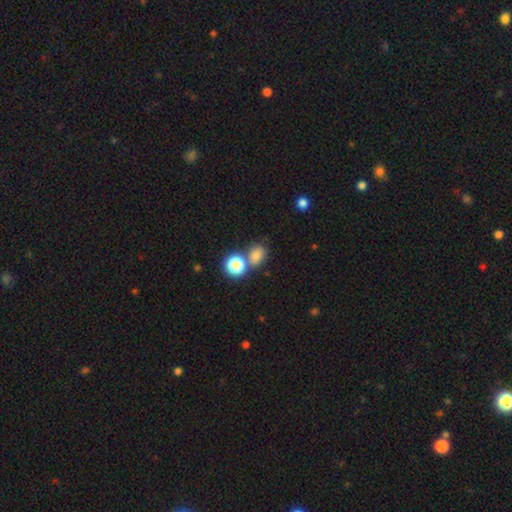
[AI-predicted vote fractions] This appears to be a smooth galaxy with no disk features (74%) that is in between round and cigar-shaped (51%). Merging: none (59%).